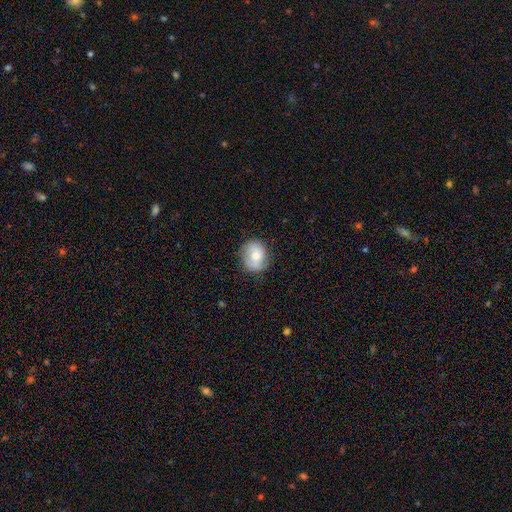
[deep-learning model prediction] Q: Smooth or featured?
A: smooth (54%); runner-up: featured or disk (38%)
Q: How rounded?
A: round (67%); runner-up: in between (32%)
Q: Merging?
A: none (74%); runner-up: minor disturbance (19%)